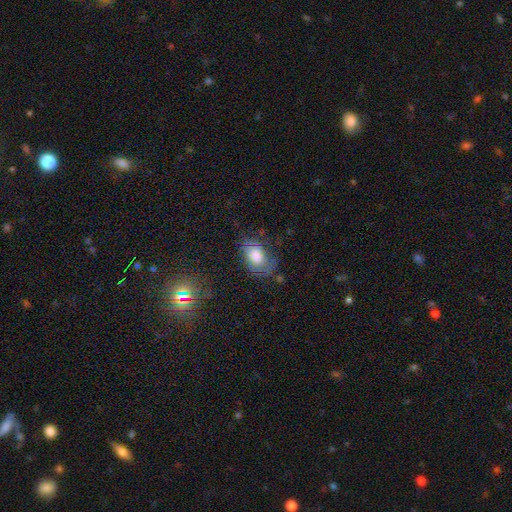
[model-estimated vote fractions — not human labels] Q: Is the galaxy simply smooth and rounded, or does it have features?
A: smooth — 55%.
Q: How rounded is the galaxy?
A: in between — 88%.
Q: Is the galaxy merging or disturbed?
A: none — 55%.